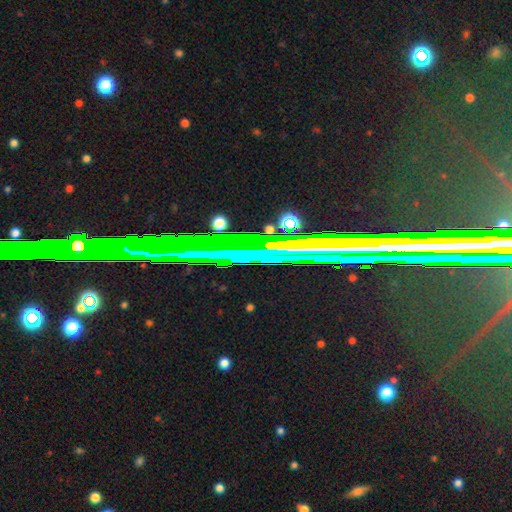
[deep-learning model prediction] Overall: star or artifact (73%).